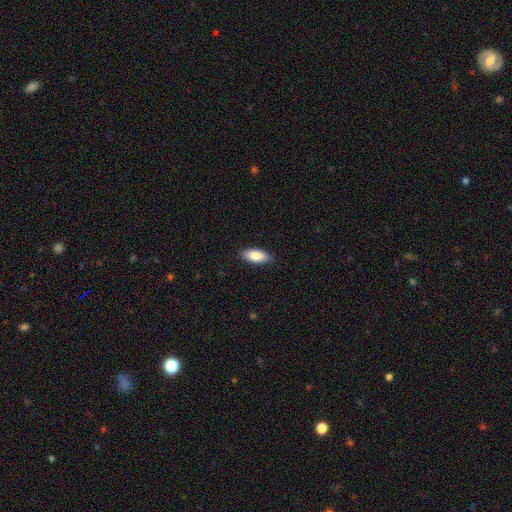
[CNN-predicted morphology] A smooth galaxy with no disk features (85%) that is in between round and cigar-shaped (86%).

Vote fractions:
- Smooth or featured? smooth: 85% / featured or disk: 9% / star or artifact: 6%
- How rounded? in between: 86% / cigar-shaped: 12% / round: 2%
- Merging? none: 87% / minor disturbance: 10% / major disturbance: 2% / merger: 1%